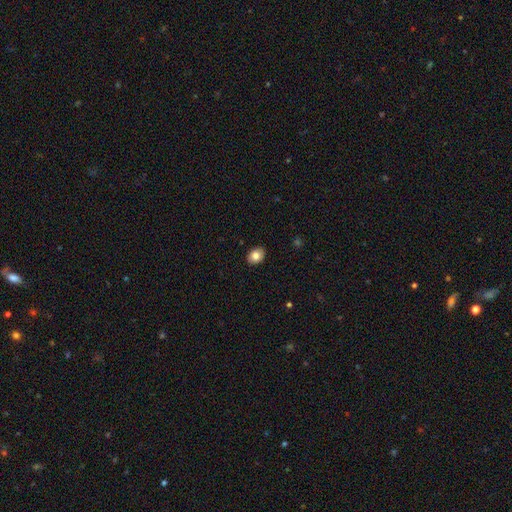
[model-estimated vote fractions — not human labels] Overall: smooth (82%). How rounded: in between (61%; round 38%). Merging: none (90%).